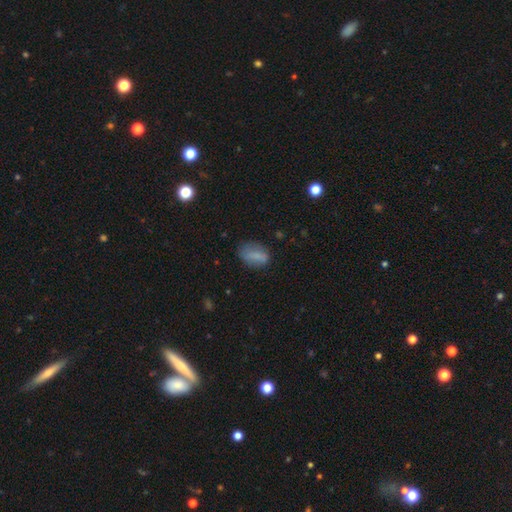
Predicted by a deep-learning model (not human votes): Q: Smooth or featured?
A: smooth (78%); runner-up: featured or disk (13%)
Q: How rounded?
A: in between (84%); runner-up: round (12%)
Q: Merging?
A: none (68%); runner-up: minor disturbance (22%)